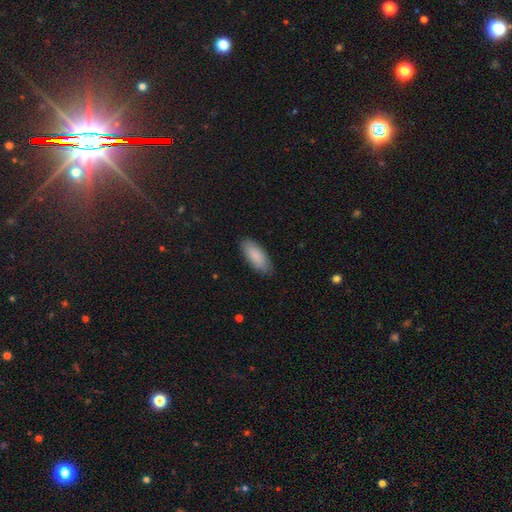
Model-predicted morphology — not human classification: Q: Smooth or featured?
A: smooth (86%); runner-up: featured or disk (8%)
Q: How rounded?
A: in between (81%); runner-up: cigar-shaped (17%)
Q: Merging?
A: none (87%); runner-up: minor disturbance (10%)